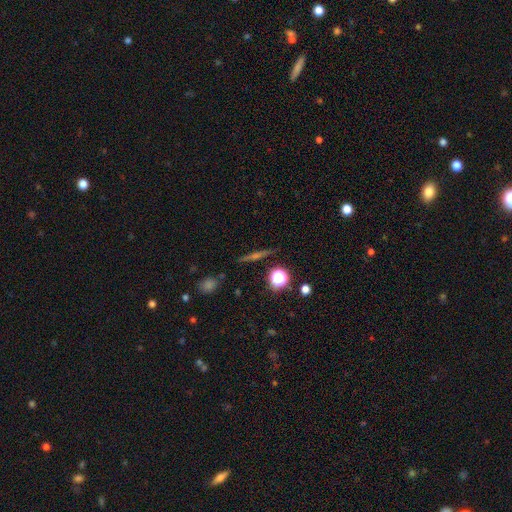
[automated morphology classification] Smooth or featured? featured or disk (57%)
Edge-on disk? yes (95%)
Edge-on bulge? rounded (75%)
Merging? none (89%)